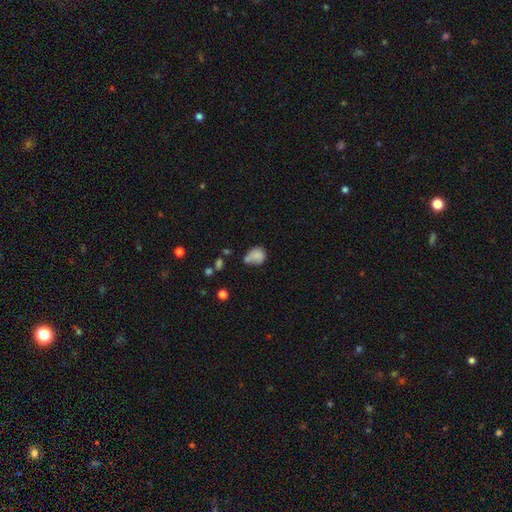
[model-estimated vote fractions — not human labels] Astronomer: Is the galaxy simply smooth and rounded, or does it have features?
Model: smooth — 78%.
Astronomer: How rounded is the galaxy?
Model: in between — 50% (runner-up: round, 49%).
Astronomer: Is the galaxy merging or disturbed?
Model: none — 36% (runner-up: minor disturbance, 32%).